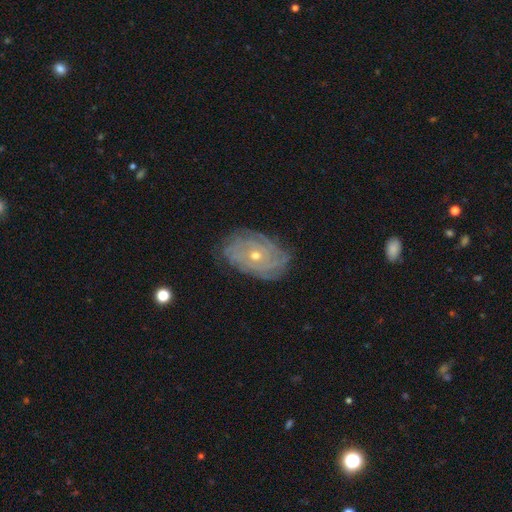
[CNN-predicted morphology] This is clearly a featured or disk galaxy (83%). It is clearly not viewed edge-on (96%). Bar: clearly no (81%). Spiral arm pattern: clearly yes (93%). Spiral arm count: marginally can't tell (45%). Spiral winding: clearly tight (81%). Central bulge: possibly small (53%). Merging: likely none (78%).